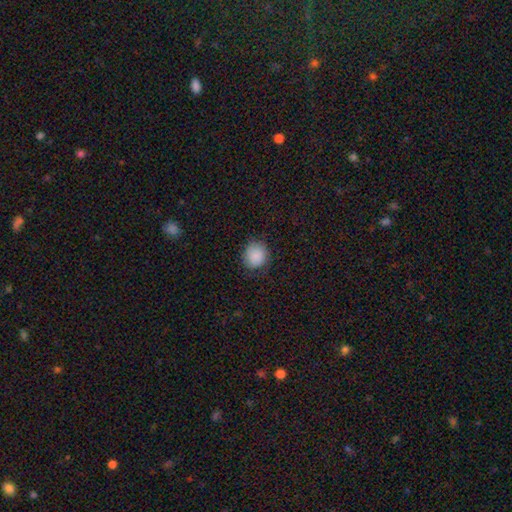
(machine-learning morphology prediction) The model was most divided on "how rounded": round: 80%, in between: 19%, cigar-shaped: 1%. More confident: smooth or featured — smooth (88%); merging — none (81%).